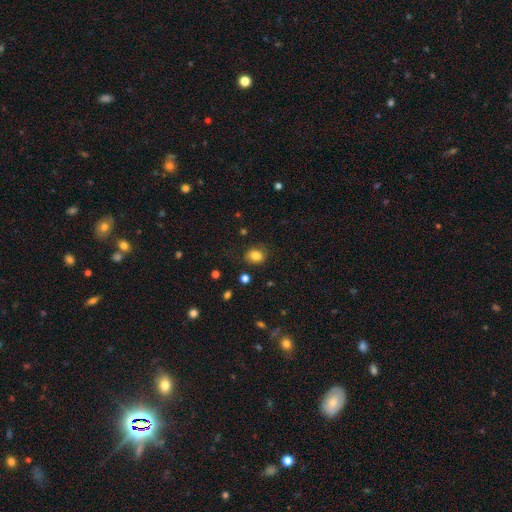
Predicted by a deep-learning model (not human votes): Smooth or featured? Predicted: smooth (p=0.82). How rounded? Predicted: round (p=0.54). Merging? Predicted: none (p=0.82).